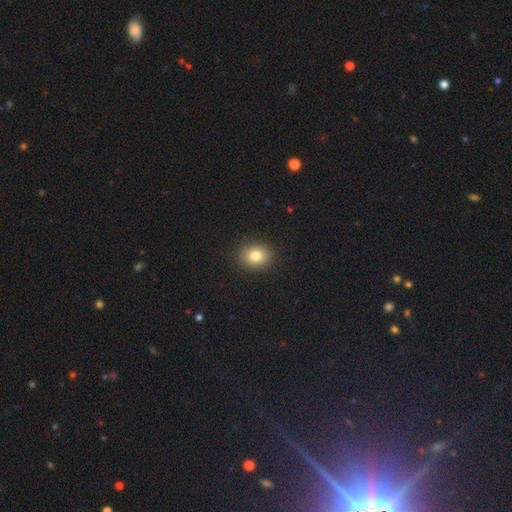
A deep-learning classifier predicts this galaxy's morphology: smooth_or_featured: smooth (p=0.82) [alt: star or artifact p=0.10]
how_rounded: round (p=0.58) [alt: in between p=0.41]
merging: none (p=0.90) [alt: minor disturbance p=0.07]